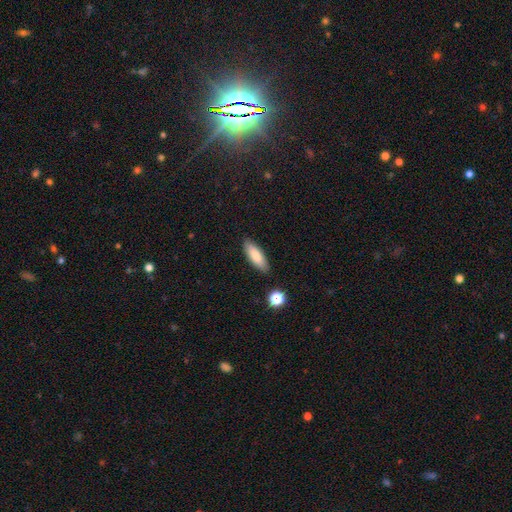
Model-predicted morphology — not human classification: Q: Smooth or featured?
A: smooth (82%); runner-up: featured or disk (11%)
Q: How rounded?
A: in between (60%); runner-up: cigar-shaped (38%)
Q: Merging?
A: none (87%); runner-up: minor disturbance (9%)